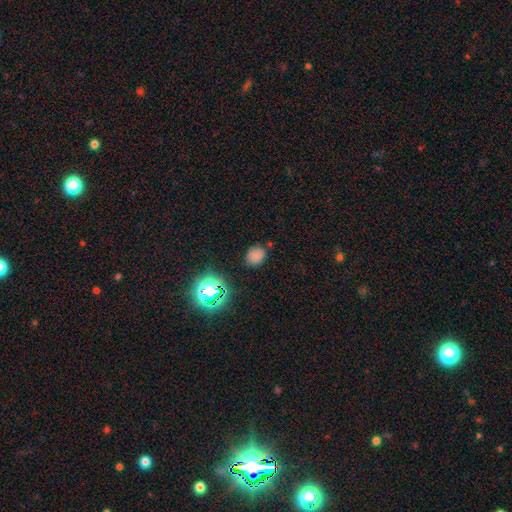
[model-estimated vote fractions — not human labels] A smooth galaxy with no disk features (73%) that is round (54%).

Vote fractions:
- Smooth or featured? smooth: 73% / star or artifact: 21% / featured or disk: 6%
- How rounded? round: 54% / in between: 45% / cigar-shaped: 1%
- Merging? none: 79% / minor disturbance: 14% / major disturbance: 4% / merger: 3%